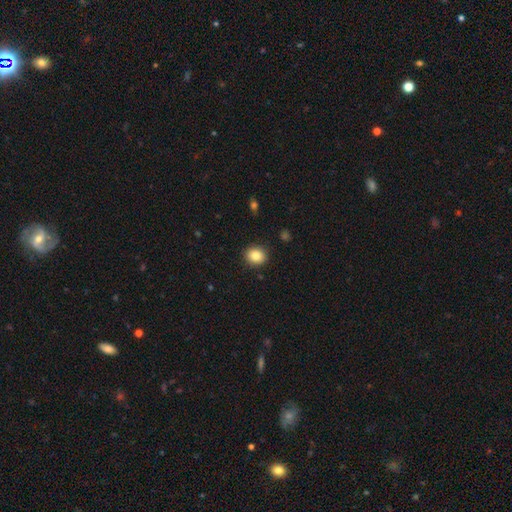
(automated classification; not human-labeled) Smooth or featured?
  - smooth: 84% *
  - star or artifact: 10%
  - featured or disk: 6%
How rounded?
  - round: 74% *
  - in between: 25%
  - cigar-shaped: 1%
Merging?
  - none: 90% *
  - minor disturbance: 7%
  - major disturbance: 2%
  - merger: 1%